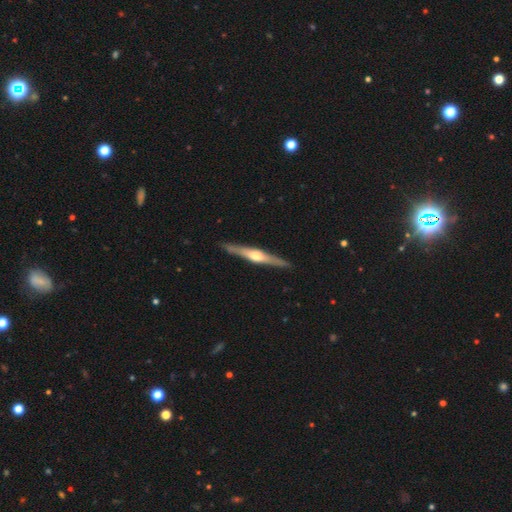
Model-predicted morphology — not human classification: Smooth or featured: featured or disk — 75% (smooth — 20%)
Edge-on disk: yes — 98% (no — 2%)
Edge-on bulge: rounded — 89% (boxy — 7%)
Merging: none — 90% (minor disturbance — 7%)